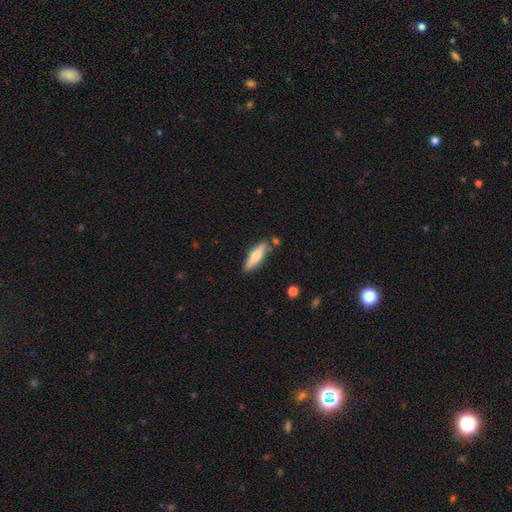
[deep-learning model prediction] smooth_or_featured: smooth (p=0.60) [alt: featured or disk p=0.34]
how_rounded: cigar-shaped (p=0.65) [alt: in between p=0.33]
merging: none (p=0.82) [alt: minor disturbance p=0.12]